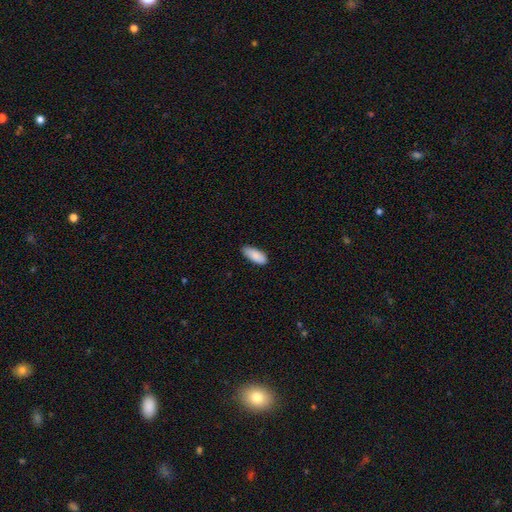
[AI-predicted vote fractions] Smooth or featured: smooth — 88% (star or artifact — 6%)
How rounded: in between — 82% (cigar-shaped — 16%)
Merging: none — 83% (minor disturbance — 14%)